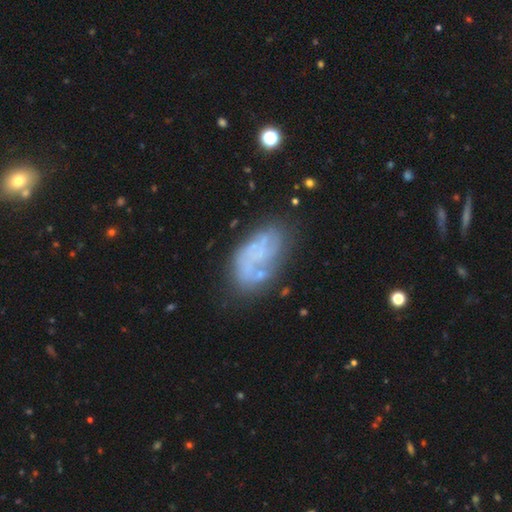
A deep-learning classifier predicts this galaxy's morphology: Q: Smooth or featured?
A: featured or disk (54%); runner-up: smooth (35%)
Q: Edge-on disk?
A: no (96%); runner-up: yes (4%)
Q: Bar?
A: no (85%); runner-up: weak (11%)
Q: Spiral arms?
A: no (61%); runner-up: yes (39%)
Q: Bulge size?
A: none (76%); runner-up: small (16%)
Q: Merging?
A: none (52%); runner-up: minor disturbance (24%)